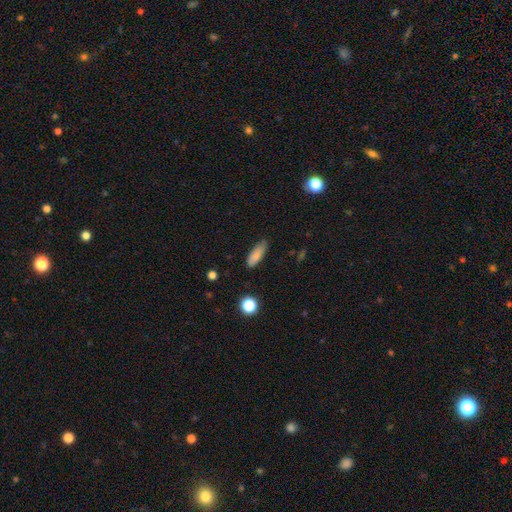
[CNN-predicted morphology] The model was most divided on "how rounded": in between: 60%, cigar-shaped: 37%, round: 3%. More confident: smooth or featured — smooth (84%); merging — none (75%).